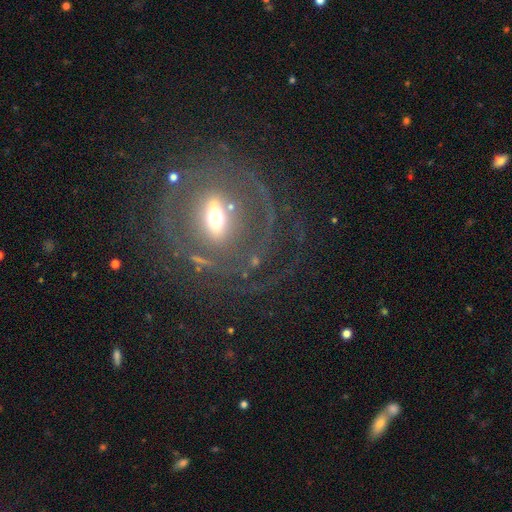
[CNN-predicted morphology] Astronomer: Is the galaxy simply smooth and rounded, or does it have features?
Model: featured or disk — 79%.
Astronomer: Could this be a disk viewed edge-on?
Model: no — 90%.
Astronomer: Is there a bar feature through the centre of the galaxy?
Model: strong — 42% (runner-up: weak, 35%).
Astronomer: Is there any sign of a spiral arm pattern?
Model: yes — 67%.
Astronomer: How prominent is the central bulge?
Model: moderate — 59%.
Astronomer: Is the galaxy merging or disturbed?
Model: none — 67%.